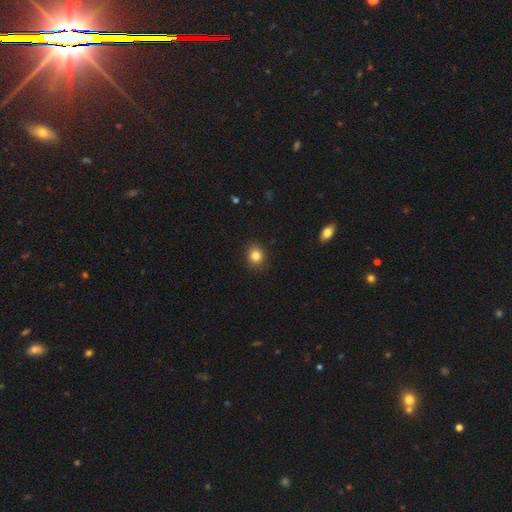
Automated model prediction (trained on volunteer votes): Morphology: type=smooth (83%); roundness=round (73%); merging=none (90%).